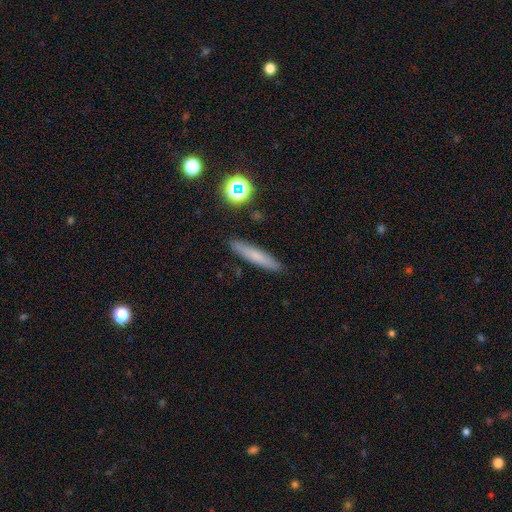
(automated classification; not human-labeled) Smooth or featured?
  - smooth: 68% *
  - featured or disk: 22%
  - star or artifact: 10%
How rounded?
  - cigar-shaped: 92% *
  - in between: 6%
  - round: 2%
Merging?
  - none: 90% *
  - minor disturbance: 7%
  - major disturbance: 2%
  - merger: 1%